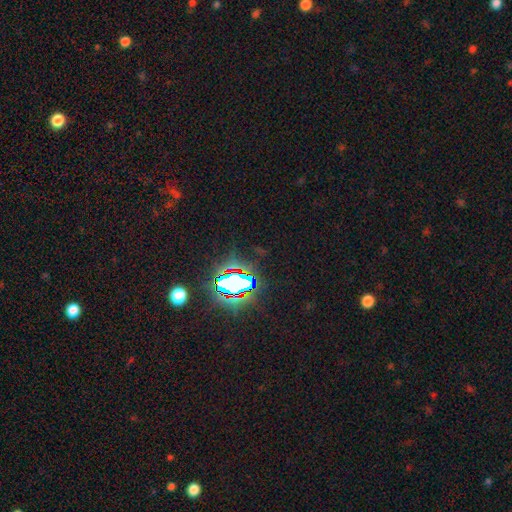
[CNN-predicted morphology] A star or artifact, not a galaxy (80%).